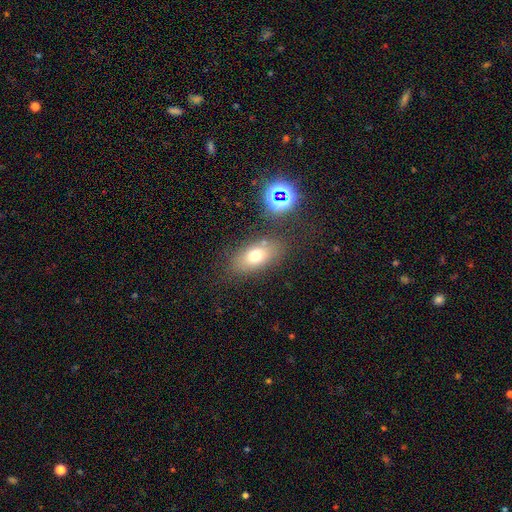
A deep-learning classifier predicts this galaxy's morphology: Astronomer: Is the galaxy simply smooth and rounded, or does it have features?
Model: smooth — 70%.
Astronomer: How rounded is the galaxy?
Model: in between — 84%.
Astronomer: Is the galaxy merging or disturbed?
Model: none — 76%.